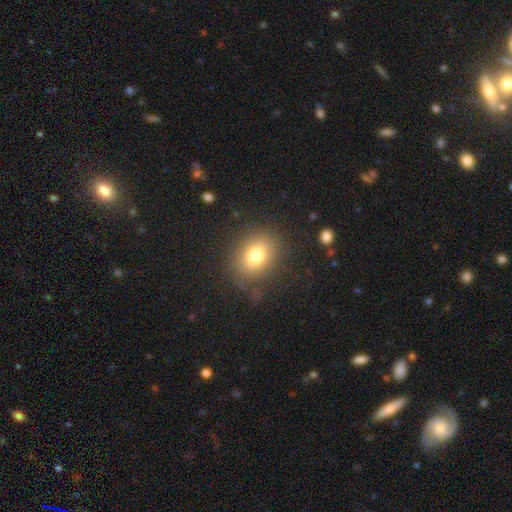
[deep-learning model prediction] Morphology: type=smooth (77%); roundness=in between (55%); merging=none (79%).